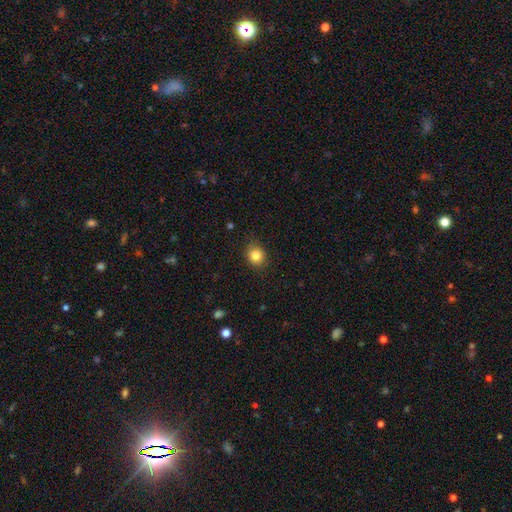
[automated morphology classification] A smooth galaxy with no disk features (83%) that is round (80%). Merging: none (86%).